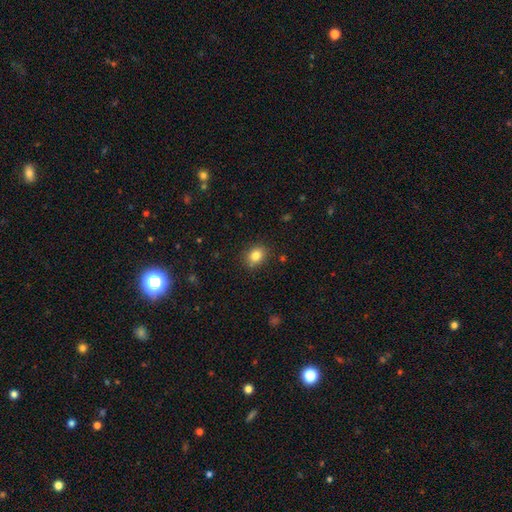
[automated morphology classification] smooth-or-featured: smooth: 83% | star or artifact: 10% | featured or disk: 6%
  how-rounded: round: 52% | in between: 47% | cigar-shaped: 1%
  merging: none: 86% | minor disturbance: 10% | major disturbance: 3% | merger: 1%